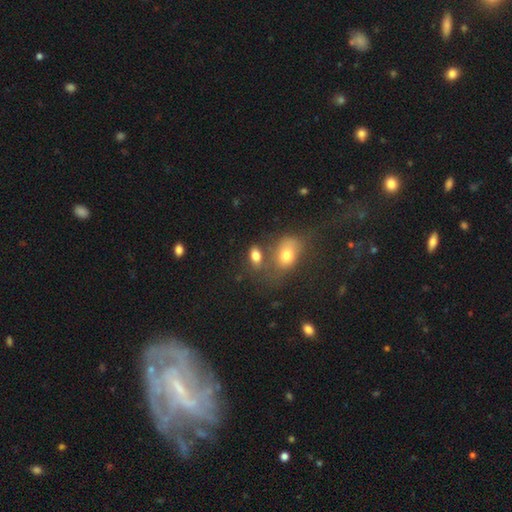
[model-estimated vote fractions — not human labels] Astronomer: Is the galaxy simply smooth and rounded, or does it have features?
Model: smooth — 78%.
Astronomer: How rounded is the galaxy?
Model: in between — 84%.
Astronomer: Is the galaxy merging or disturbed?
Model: none — 52% (runner-up: merger, 27%).